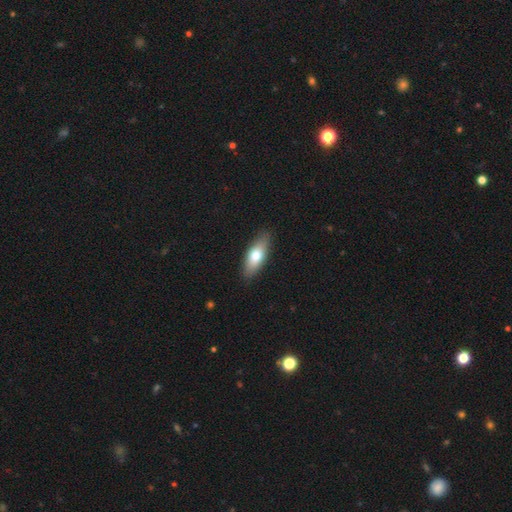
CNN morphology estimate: The model was most divided on "how rounded": in between: 70%, cigar-shaped: 27%, round: 3%. More confident: merging — none (87%); smooth or featured — smooth (69%).